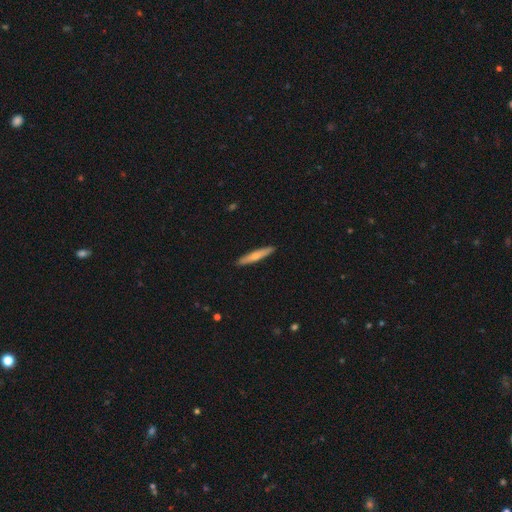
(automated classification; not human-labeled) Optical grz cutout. It shows a smooth galaxy with no disk features (61%) that is cigar-shaped (93%). Merging: none (91%).